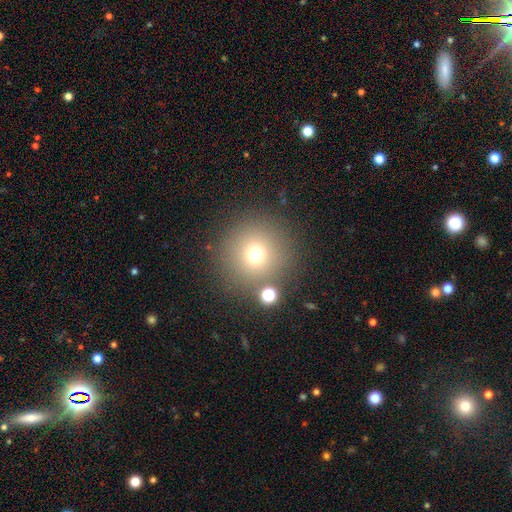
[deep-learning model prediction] smooth_or_featured: smooth (p=0.69) [alt: star or artifact p=0.19]
how_rounded: round (p=0.96) [alt: in between p=0.03]
merging: none (p=0.84) [alt: minor disturbance p=0.07]